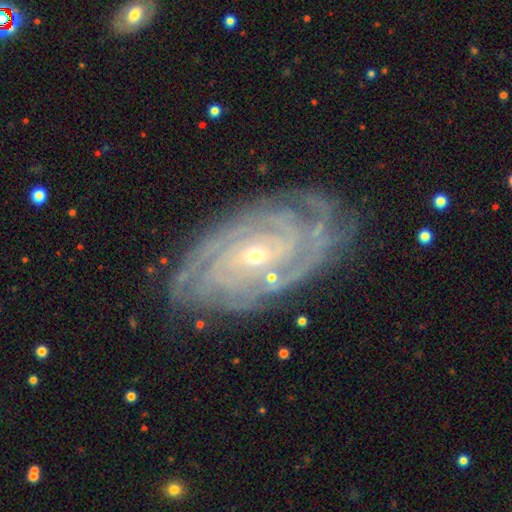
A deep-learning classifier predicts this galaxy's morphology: This is clearly a featured or disk galaxy (90%). It is clearly not viewed edge-on (95%). Bar: possibly no (58%). Spiral arm pattern: clearly yes (98%). Spiral arm count: marginally can't tell (26%). Spiral winding: clearly tight (83%). Central bulge: likely small (75%). Merging: clearly none (81%).